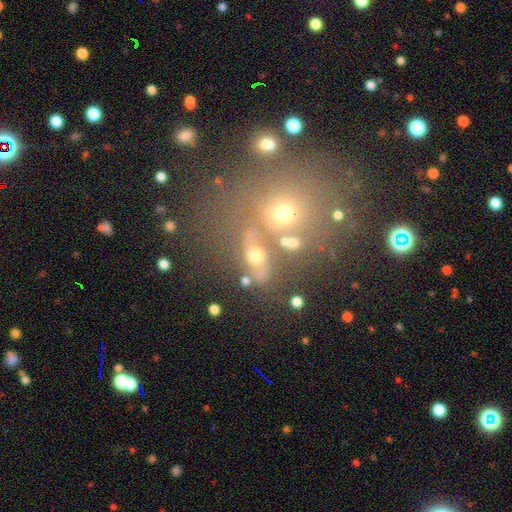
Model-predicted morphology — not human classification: smooth_or_featured: smooth (p=0.48) [alt: star or artifact p=0.27]
merging: none (p=0.44) [alt: merger p=0.35]